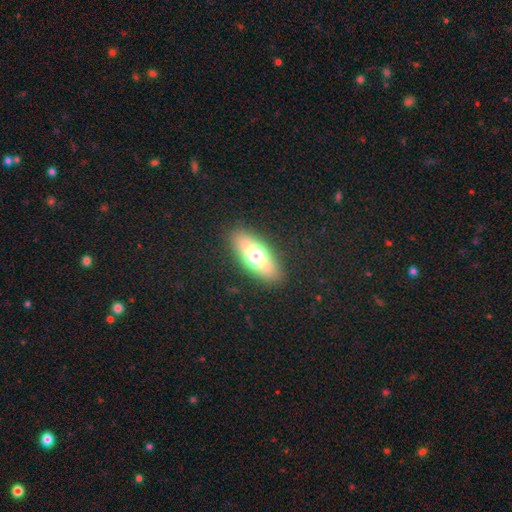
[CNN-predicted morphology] The model was most divided on "smooth or featured": smooth: 60%, featured or disk: 31%, star or artifact: 9%. More confident: merging — none (87%); how rounded — in between (69%).